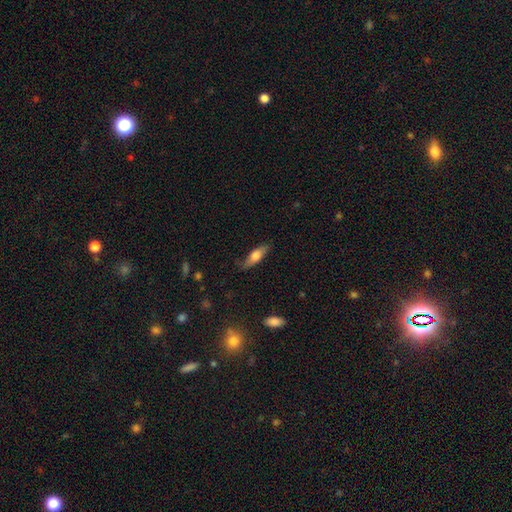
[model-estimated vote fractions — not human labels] smooth_or_featured: smooth (p=0.57) [alt: featured or disk p=0.36]
how_rounded: cigar-shaped (p=0.49) [alt: in between p=0.48]
merging: none (p=0.77) [alt: minor disturbance p=0.18]